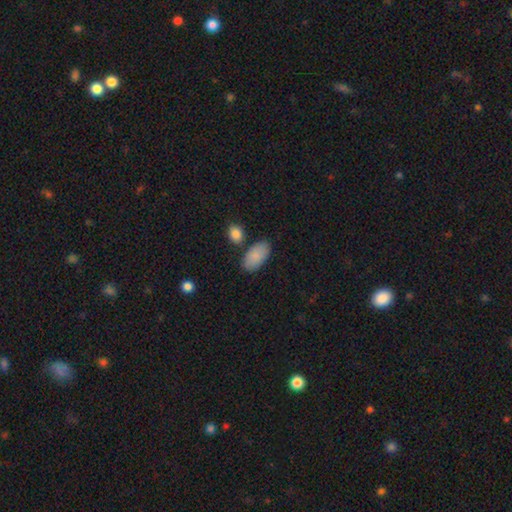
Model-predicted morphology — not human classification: The model was most divided on "merging": none: 74%, minor disturbance: 14%, merger: 8%, major disturbance: 4%. More confident: how rounded — in between (94%); smooth or featured — smooth (87%).